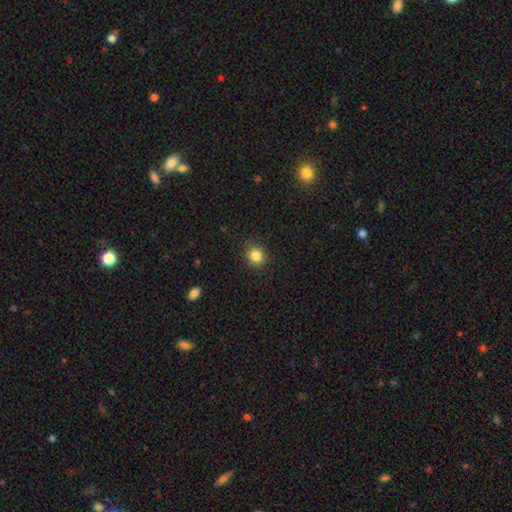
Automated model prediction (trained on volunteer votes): This is clearly a smooth galaxy (84%). How rounded: clearly round (83%). Merging: clearly none (88%).